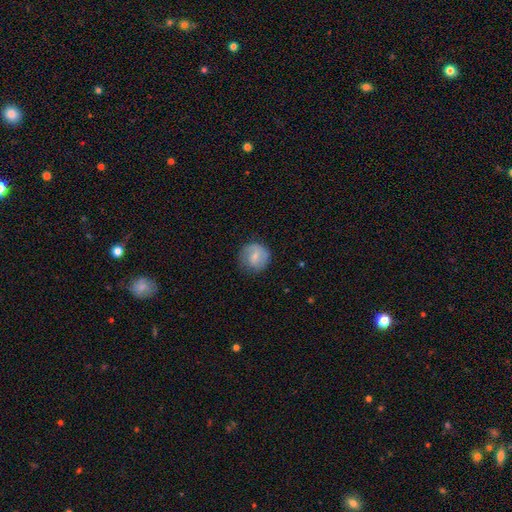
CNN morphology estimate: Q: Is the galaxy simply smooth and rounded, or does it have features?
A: smooth — 63%.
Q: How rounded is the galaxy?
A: round — 90%.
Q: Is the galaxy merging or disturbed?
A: none — 75%.